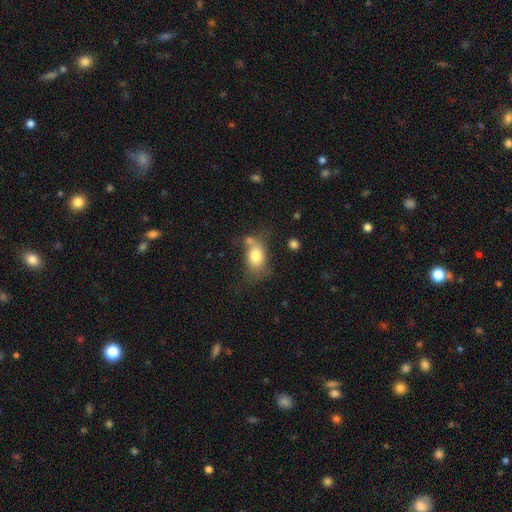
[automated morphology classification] A smooth galaxy with no disk features (77%) that is in between round and cigar-shaped (78%). Merging: none (48%).